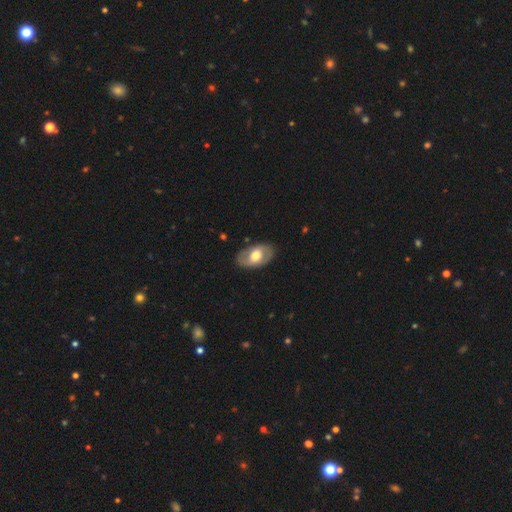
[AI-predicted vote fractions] This is possibly a featured or disk galaxy (53%). It is clearly not viewed edge-on (92%). Merging: clearly none (83%).